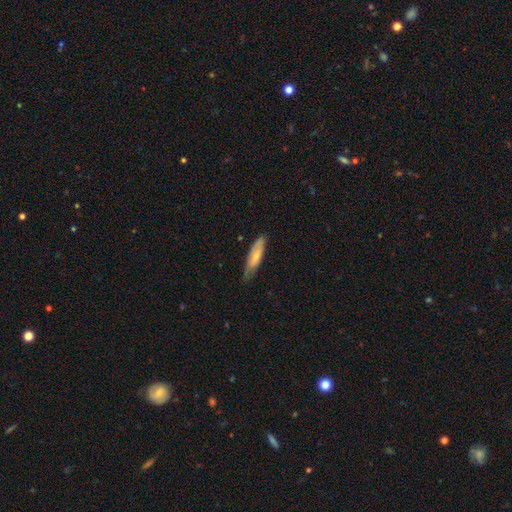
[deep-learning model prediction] Smooth or featured: smooth — 65% (featured or disk — 30%)
How rounded: cigar-shaped — 60% (in between — 39%)
Merging: none — 69% (minor disturbance — 26%)